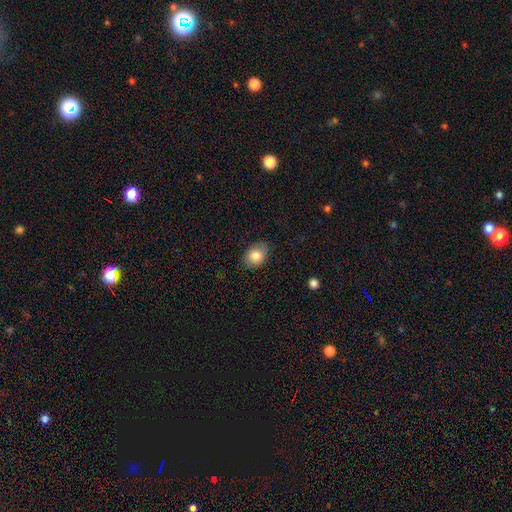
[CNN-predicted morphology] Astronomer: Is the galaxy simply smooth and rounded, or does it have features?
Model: smooth — 84%.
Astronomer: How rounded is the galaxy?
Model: in between — 60% (runner-up: round, 39%).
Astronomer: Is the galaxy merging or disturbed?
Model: none — 78%.